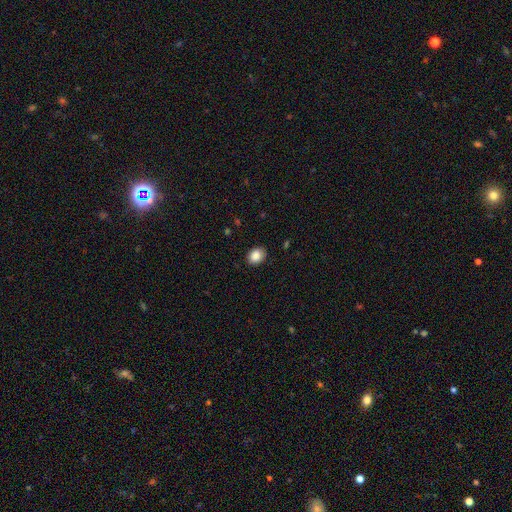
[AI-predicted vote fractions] Smooth or featured: smooth — 88% (star or artifact — 8%)
How rounded: in between — 59% (round — 41%)
Merging: none — 86% (minor disturbance — 10%)